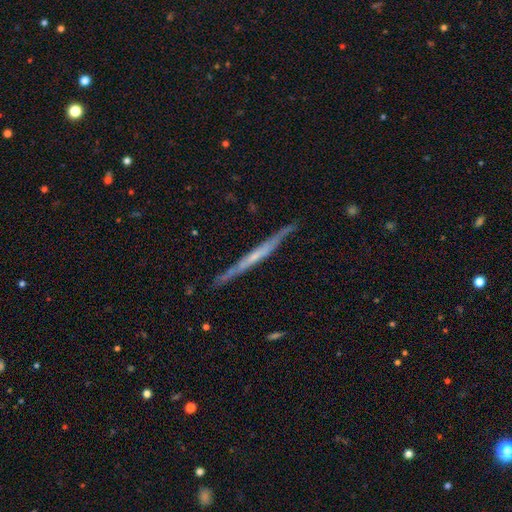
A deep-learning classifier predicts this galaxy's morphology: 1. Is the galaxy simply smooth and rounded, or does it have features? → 66% featured or disk, 28% smooth, 6% star or artifact.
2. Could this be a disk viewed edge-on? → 95% yes, 5% no.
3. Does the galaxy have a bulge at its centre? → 72% none, 20% rounded, 9% boxy.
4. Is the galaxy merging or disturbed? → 82% none, 14% minor disturbance, 2% major disturbance, 2% merger.